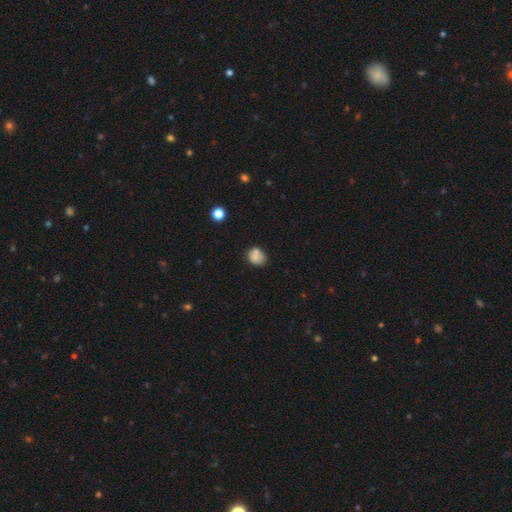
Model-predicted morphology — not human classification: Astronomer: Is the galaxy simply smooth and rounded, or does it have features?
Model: smooth — 78%.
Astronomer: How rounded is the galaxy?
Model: round — 64%.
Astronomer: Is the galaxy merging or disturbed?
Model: none — 56%.